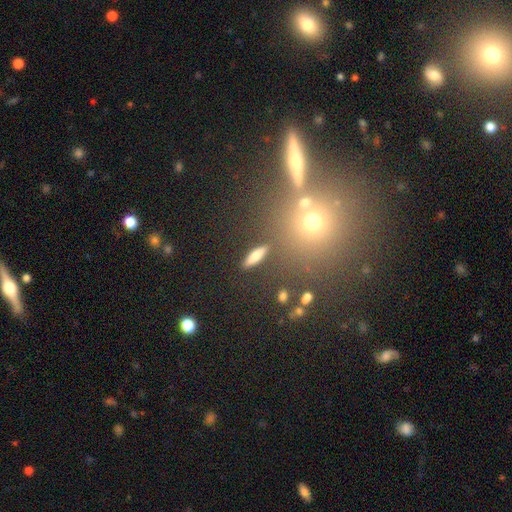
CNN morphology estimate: smooth_or_featured: smooth (p=0.72) [alt: featured or disk p=0.18]
how_rounded: cigar-shaped (p=0.59) [alt: in between p=0.36]
merging: none (p=0.84) [alt: minor disturbance p=0.09]